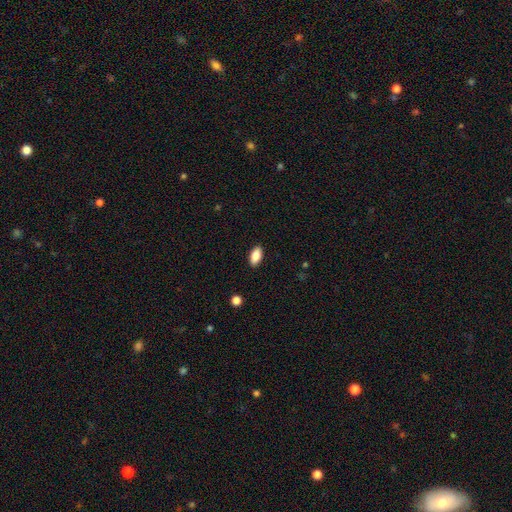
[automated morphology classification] smooth_or_featured: smooth (p=0.86) [alt: star or artifact p=0.07]
how_rounded: in between (p=0.90) [alt: cigar-shaped p=0.07]
merging: none (p=0.89) [alt: minor disturbance p=0.08]